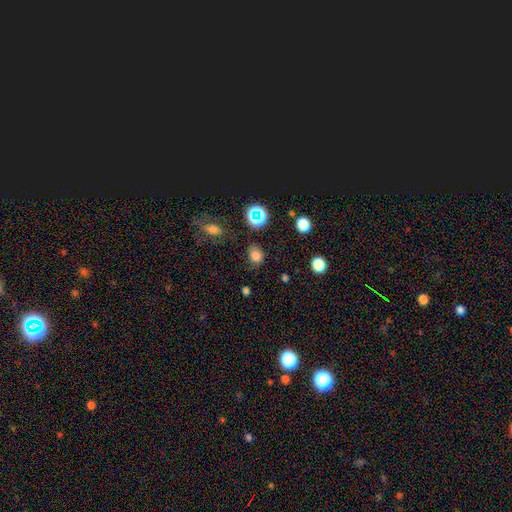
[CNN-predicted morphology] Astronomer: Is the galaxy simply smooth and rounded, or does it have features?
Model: smooth — 75%.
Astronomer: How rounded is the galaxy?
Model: in between — 50% (runner-up: round, 49%).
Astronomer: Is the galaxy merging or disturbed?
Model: none — 76%.